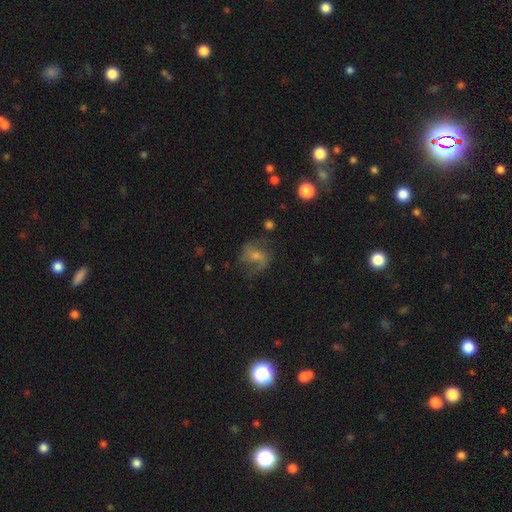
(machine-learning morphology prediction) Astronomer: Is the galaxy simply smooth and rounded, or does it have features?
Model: featured or disk — 64%.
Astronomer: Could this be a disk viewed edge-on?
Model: no — 96%.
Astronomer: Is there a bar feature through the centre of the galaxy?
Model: no — 42% (runner-up: weak, 41%).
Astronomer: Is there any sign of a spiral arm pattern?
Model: yes — 88%.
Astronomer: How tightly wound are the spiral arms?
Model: medium — 44% (runner-up: loose, 41%).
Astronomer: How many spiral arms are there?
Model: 2 — 78%.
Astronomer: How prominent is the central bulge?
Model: small — 51% (runner-up: moderate, 39%).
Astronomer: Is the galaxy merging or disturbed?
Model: none — 68%.